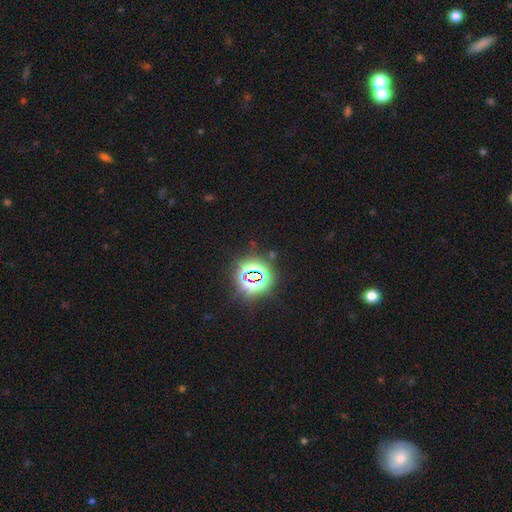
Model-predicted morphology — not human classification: Smooth or featured? Predicted: star or artifact (p=0.79).